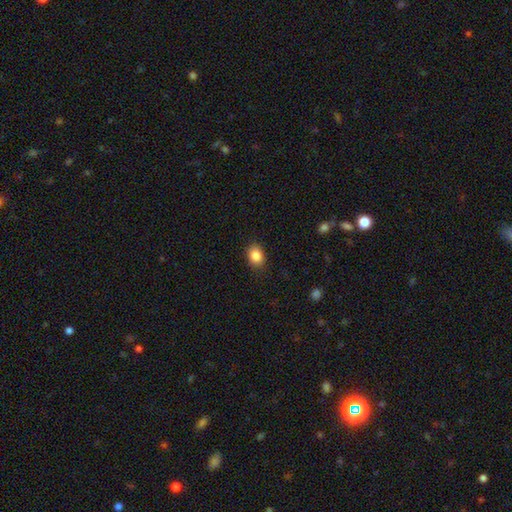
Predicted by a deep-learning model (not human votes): smooth 86%, star or artifact 9%, featured or disk 5%. Down the decision tree: how rounded — in between (63%); merging — none (87%).